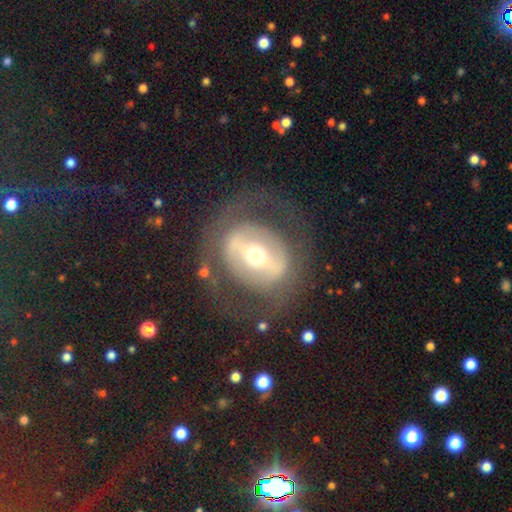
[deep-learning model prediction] Smooth or featured?
  - featured or disk: 69% *
  - smooth: 24%
  - star or artifact: 7%
Edge-on disk?
  - no: 92% *
  - yes: 8%
Bar?
  - strong: 54% *
  - weak: 26%
  - no: 20%
Spiral arms?
  - no: 72% *
  - yes: 28%
Bulge size?
  - moderate: 57% *
  - small: 32%
  - large: 8%
  - dominant: 2%
  - none: 1%
Merging?
  - none: 70% *
  - major disturbance: 15%
  - minor disturbance: 13%
  - merger: 2%